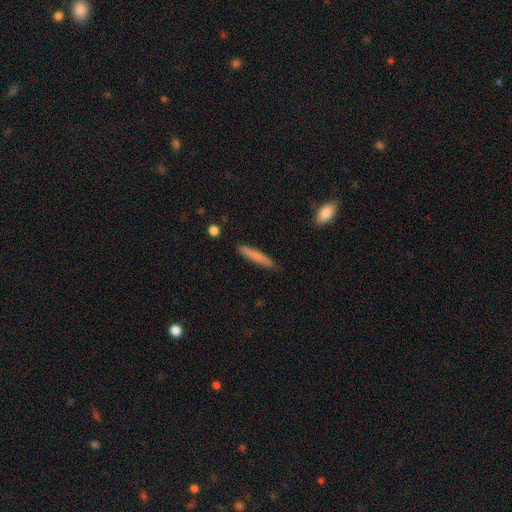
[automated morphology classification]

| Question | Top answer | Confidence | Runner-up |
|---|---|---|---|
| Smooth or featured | smooth | 76% | featured or disk (18%) |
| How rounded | cigar-shaped | 94% | in between (5%) |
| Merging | none | 85% | minor disturbance (12%) |